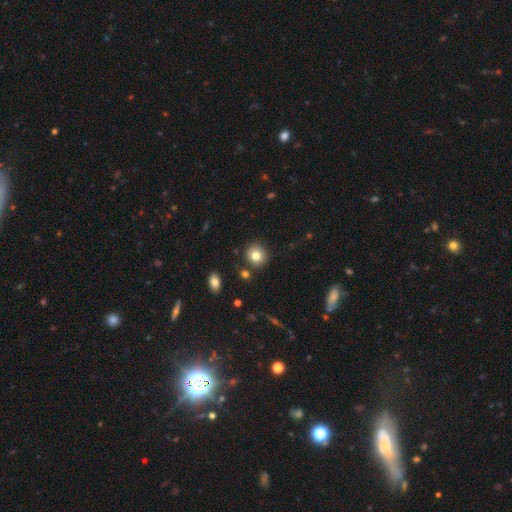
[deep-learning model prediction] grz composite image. It shows a smooth galaxy with no disk features (81%) that is round (86%). Merging: none (85%).